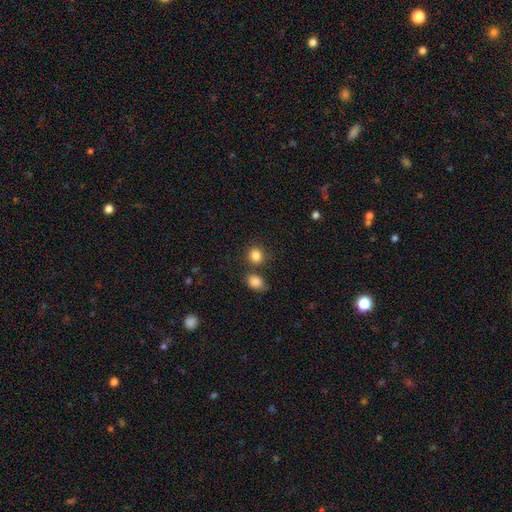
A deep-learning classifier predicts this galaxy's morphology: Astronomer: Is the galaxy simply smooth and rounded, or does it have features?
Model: smooth — 84%.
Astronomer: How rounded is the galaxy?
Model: round — 80%.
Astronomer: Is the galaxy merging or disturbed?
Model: none — 72%.